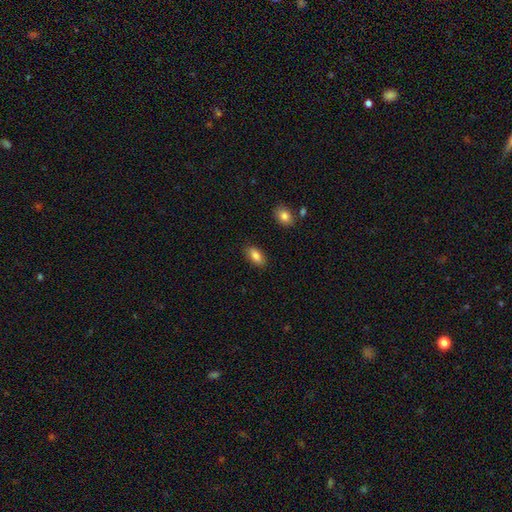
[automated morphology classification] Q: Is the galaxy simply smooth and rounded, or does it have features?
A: smooth — 84%.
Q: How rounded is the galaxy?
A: in between — 87%.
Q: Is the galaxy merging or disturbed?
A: none — 87%.